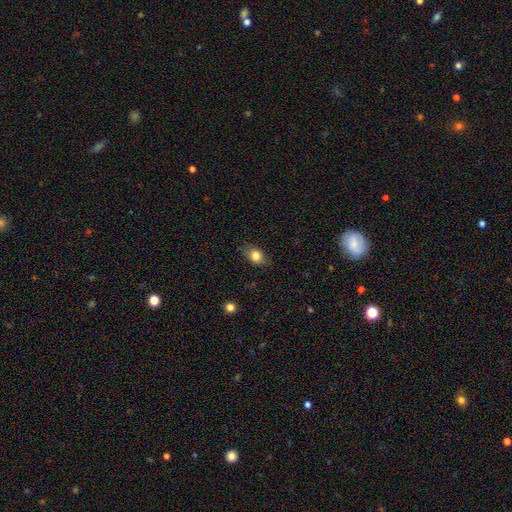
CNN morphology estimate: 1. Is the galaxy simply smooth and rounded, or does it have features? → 81% smooth, 10% star or artifact, 9% featured or disk.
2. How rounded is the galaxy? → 68% in between, 30% round, 2% cigar-shaped.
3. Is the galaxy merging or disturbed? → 78% none, 17% minor disturbance, 4% major disturbance, 1% merger.